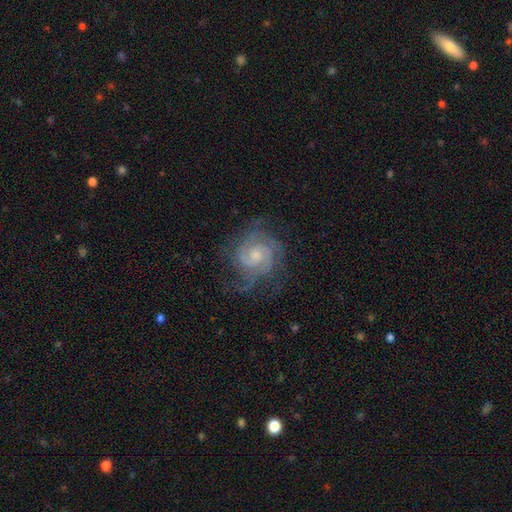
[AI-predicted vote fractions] smooth-or-featured: featured or disk: 87% | smooth: 7% | star or artifact: 6%
  disk-edge-on: no: 98% | yes: 2%
    bar: no: 60% | weak: 35% | strong: 5%
    has-spiral-arms: yes: 97% | no: 3%
      spiral-winding: tight: 59% | medium: 35% | loose: 6%
      spiral-arm-count: 2: 46% | 3: 24% | can't tell: 15% | 4: 6% | 1: 4% | more than 4: 4%
    bulge-size: moderate: 47% | small: 43% | none: 5% | large: 4% | dominant: 1%
  merging: none: 68% | minor disturbance: 20% | major disturbance: 11% | merger: 1%